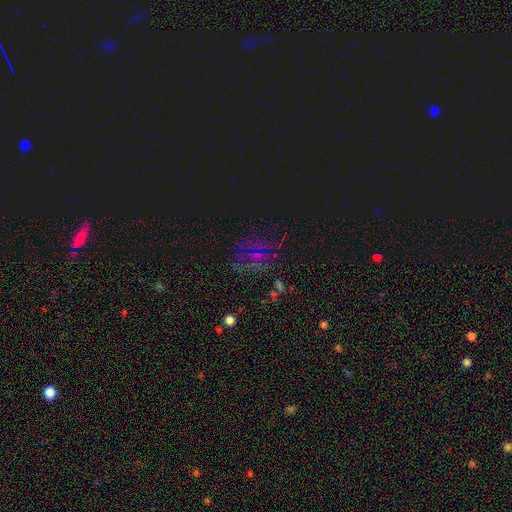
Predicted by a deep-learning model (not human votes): A star or artifact, not a galaxy (47%).